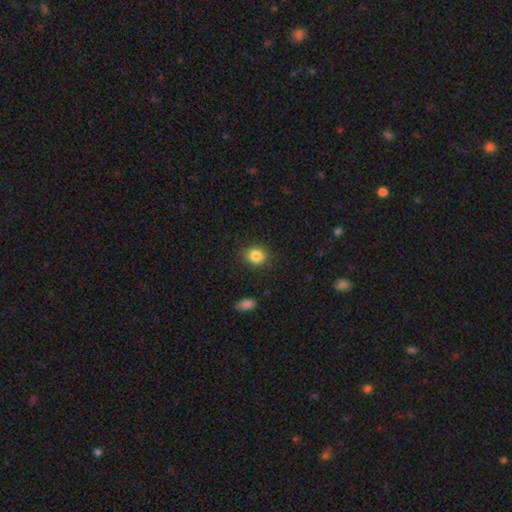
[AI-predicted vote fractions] smooth 85%, star or artifact 10%, featured or disk 5%. Down the decision tree: how rounded — round (71%); merging — none (88%).